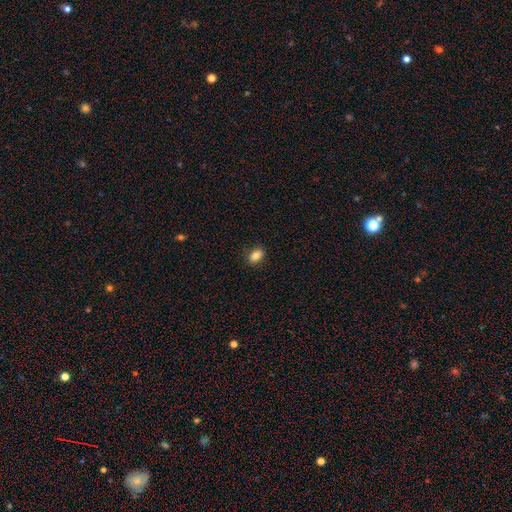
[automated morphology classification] This appears to be a smooth galaxy with no disk features (85%) that is in between round and cigar-shaped (80%). Merging: none (86%).